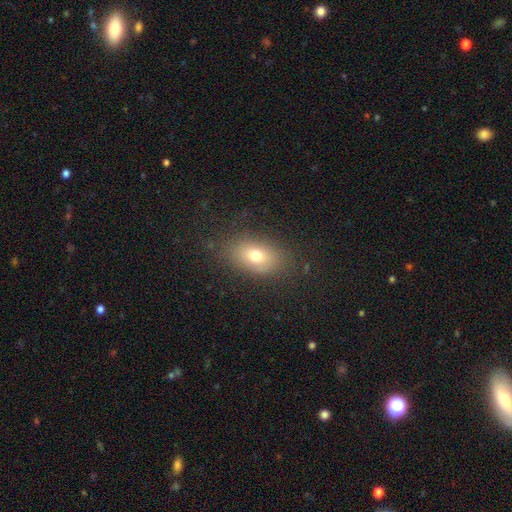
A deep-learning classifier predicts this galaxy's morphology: A smooth galaxy with no disk features (71%) that is in between round and cigar-shaped (82%).

Vote fractions:
- Smooth or featured? smooth: 71% / featured or disk: 17% / star or artifact: 12%
- How rounded? in between: 82% / round: 15% / cigar-shaped: 3%
- Merging? none: 80% / minor disturbance: 13% / major disturbance: 6% / merger: 1%